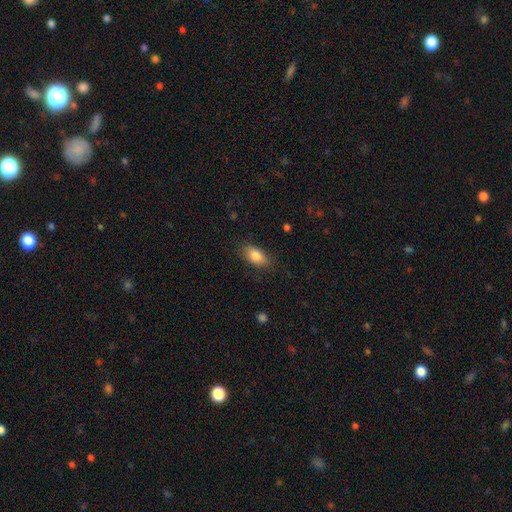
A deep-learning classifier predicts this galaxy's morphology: A smooth galaxy with no disk features (82%) that is in between round and cigar-shaped (88%).

Vote fractions:
- Smooth or featured? smooth: 82% / featured or disk: 10% / star or artifact: 8%
- How rounded? in between: 88% / round: 7% / cigar-shaped: 6%
- Merging? none: 83% / minor disturbance: 13% / major disturbance: 3% / merger: 1%